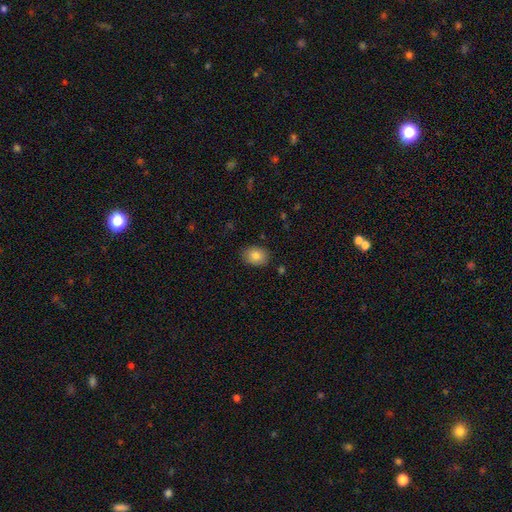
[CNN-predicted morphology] smooth-or-featured: smooth: 83% | featured or disk: 9% | star or artifact: 8%
  how-rounded: in between: 67% | round: 32% | cigar-shaped: 1%
  merging: none: 85% | minor disturbance: 11% | major disturbance: 2% | merger: 1%